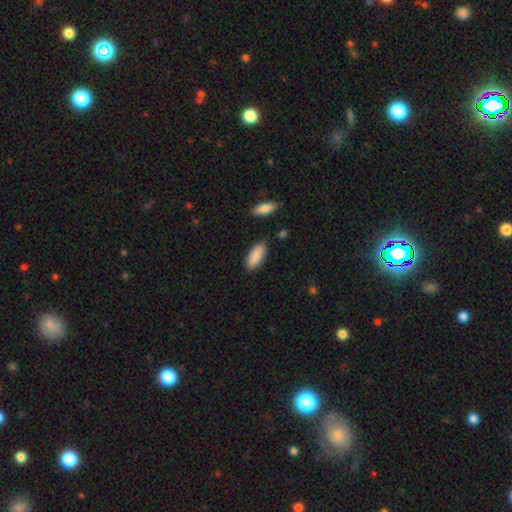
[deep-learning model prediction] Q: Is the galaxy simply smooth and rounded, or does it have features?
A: smooth — 89%.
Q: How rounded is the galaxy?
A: in between — 78%.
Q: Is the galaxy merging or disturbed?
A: none — 85%.